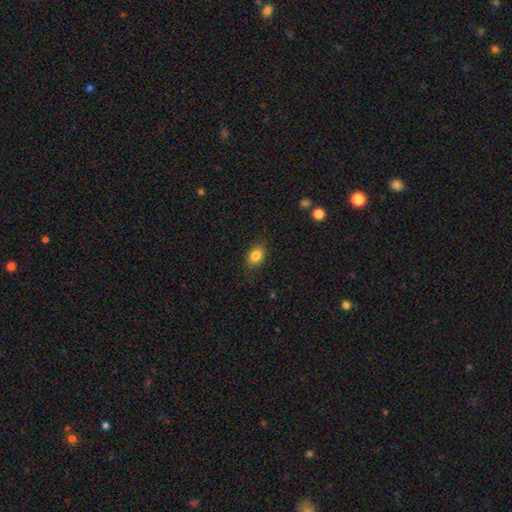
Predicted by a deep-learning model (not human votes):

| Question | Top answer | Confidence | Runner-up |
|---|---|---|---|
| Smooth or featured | smooth | 84% | star or artifact (9%) |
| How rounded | in between | 72% | round (26%) |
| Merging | none | 85% | minor disturbance (11%) |